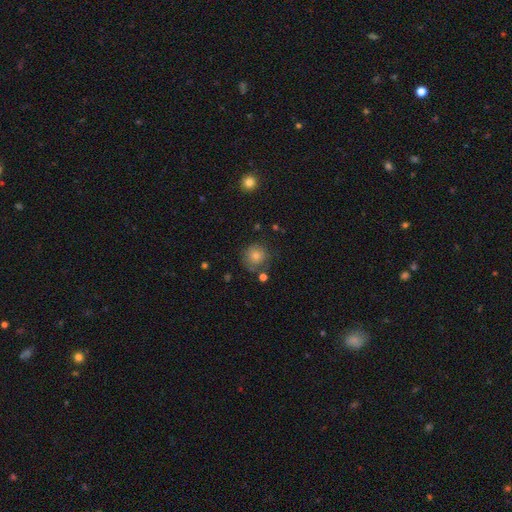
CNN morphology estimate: Smooth or featured?
  - smooth: 74% *
  - star or artifact: 14%
  - featured or disk: 12%
How rounded?
  - round: 92% *
  - in between: 7%
  - cigar-shaped: 1%
Merging?
  - none: 77% *
  - minor disturbance: 13%
  - merger: 5%
  - major disturbance: 4%